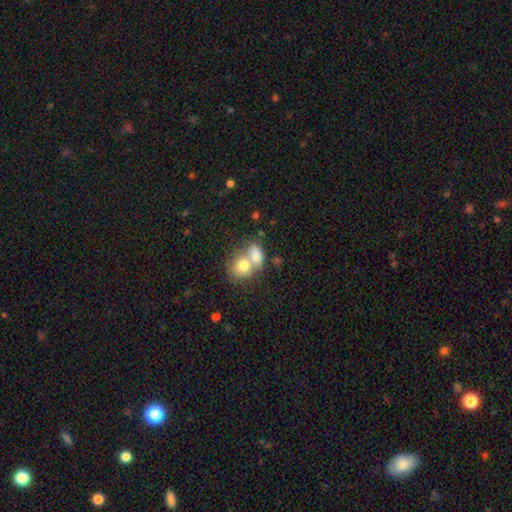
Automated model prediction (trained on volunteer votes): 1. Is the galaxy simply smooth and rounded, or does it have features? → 77% smooth, 15% featured or disk, 8% star or artifact.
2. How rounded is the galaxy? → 64% in between, 34% round, 2% cigar-shaped.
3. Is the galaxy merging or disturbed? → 67% merger, 22% none, 7% minor disturbance, 4% major disturbance.